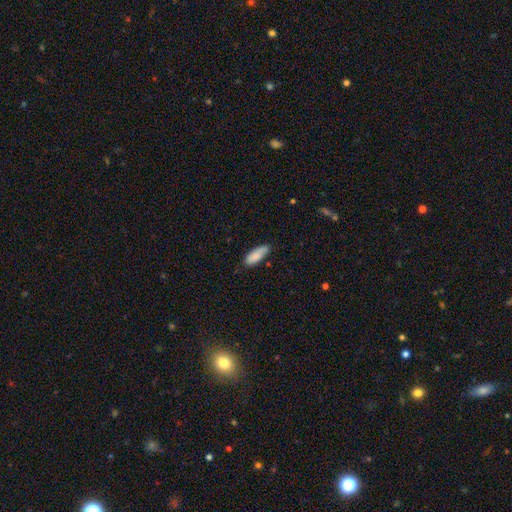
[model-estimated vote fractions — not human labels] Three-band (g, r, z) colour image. It shows a smooth galaxy with no disk features (86%) that is in between round and cigar-shaped (66%). Merging: none (69%).